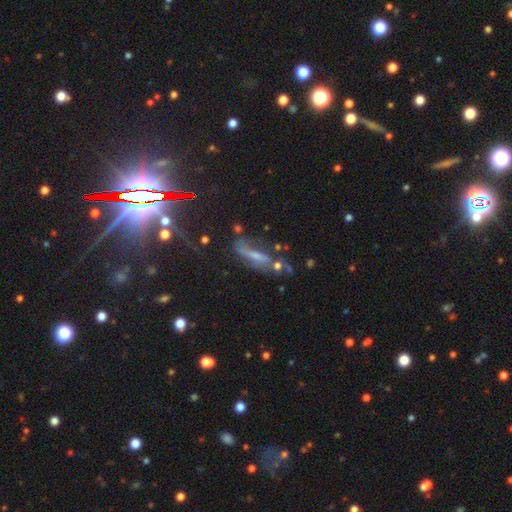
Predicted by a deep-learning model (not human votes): Overall: featured or disk (48%; smooth 29%). Merging: none (46%; minor disturbance 24%).